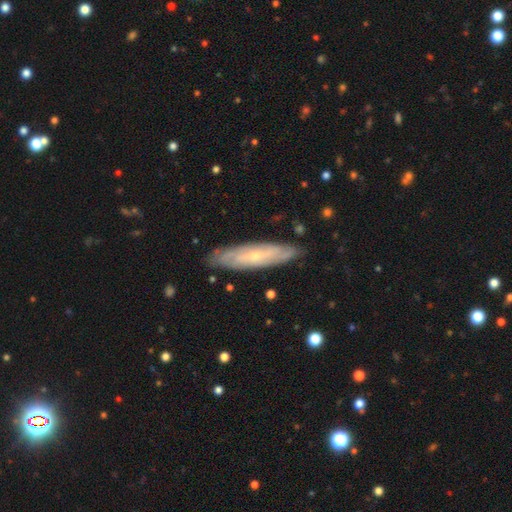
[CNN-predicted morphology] This is likely a featured or disk galaxy (68%). It is possibly not viewed edge-on (58%). Merging: clearly none (84%).